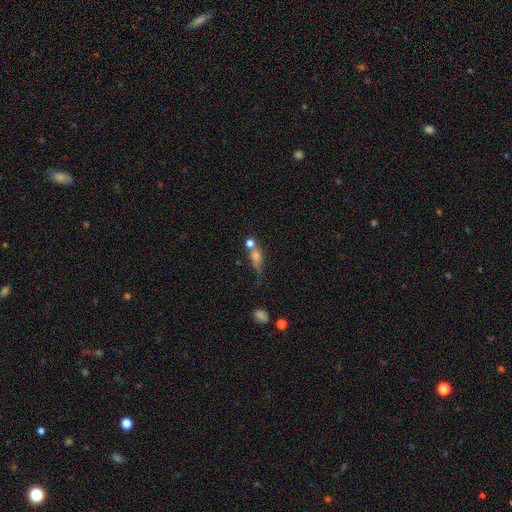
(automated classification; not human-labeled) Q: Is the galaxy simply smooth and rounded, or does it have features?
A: smooth — 53%.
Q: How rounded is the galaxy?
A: in between — 42%.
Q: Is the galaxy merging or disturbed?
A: none — 41%.